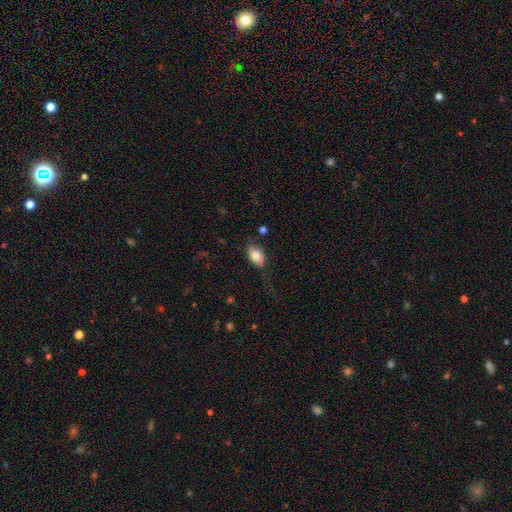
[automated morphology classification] The model was most divided on "merging": none: 59%, minor disturbance: 26%, major disturbance: 13%, merger: 3%. More confident: how rounded — in between (86%); smooth or featured — smooth (75%).